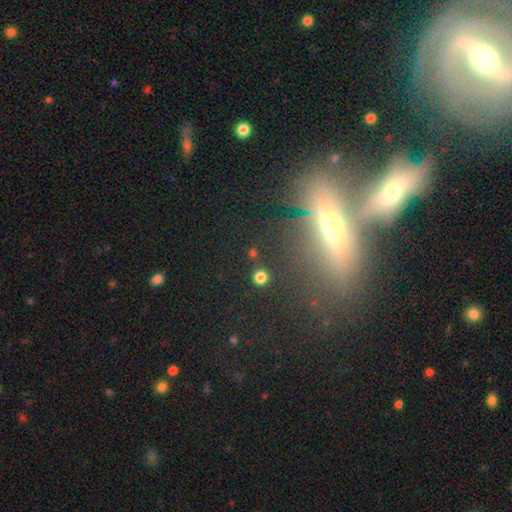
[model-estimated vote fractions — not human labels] A featured or disk galaxy (47%). Merging: none (48%).